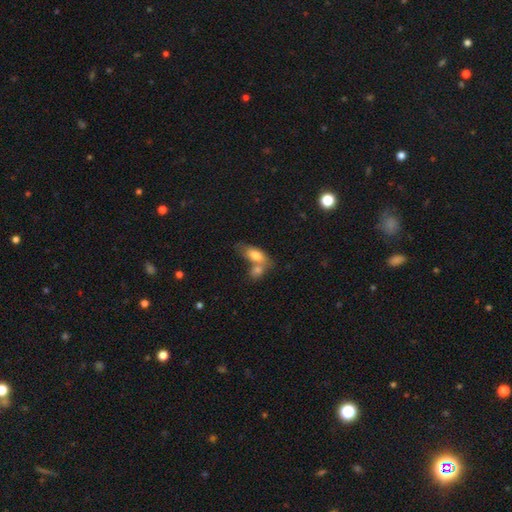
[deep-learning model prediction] smooth-or-featured: smooth: 76% | featured or disk: 17% | star or artifact: 7%
  how-rounded: in between: 84% | cigar-shaped: 11% | round: 5%
  merging: merger: 53% | none: 29% | minor disturbance: 12% | major disturbance: 6%